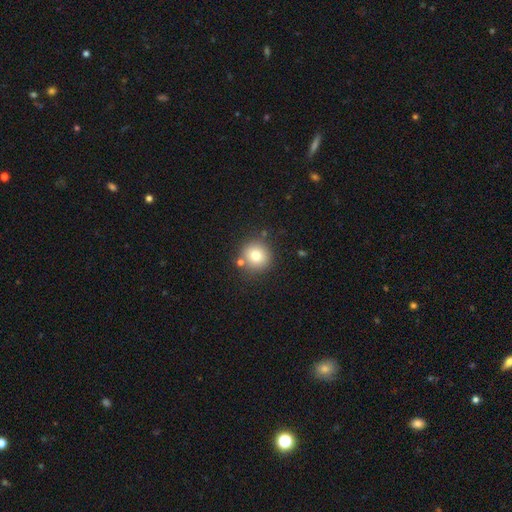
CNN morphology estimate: type=smooth (77%); roundness=round (93%); merging=none (80%).